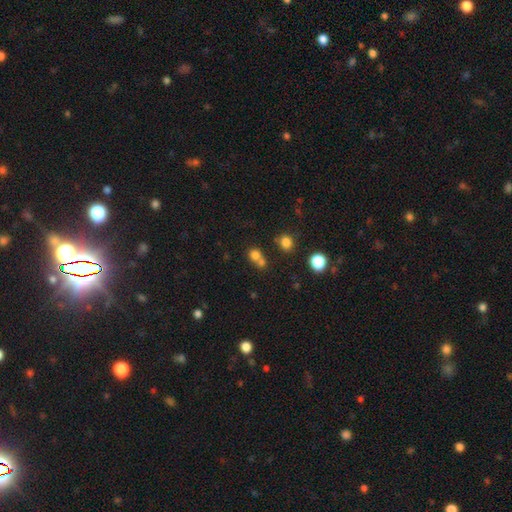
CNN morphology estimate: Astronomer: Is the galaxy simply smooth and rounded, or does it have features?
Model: smooth — 74%.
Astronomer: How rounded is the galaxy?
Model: round — 77%.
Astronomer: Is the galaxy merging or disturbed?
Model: merger — 47% (runner-up: none, 42%).